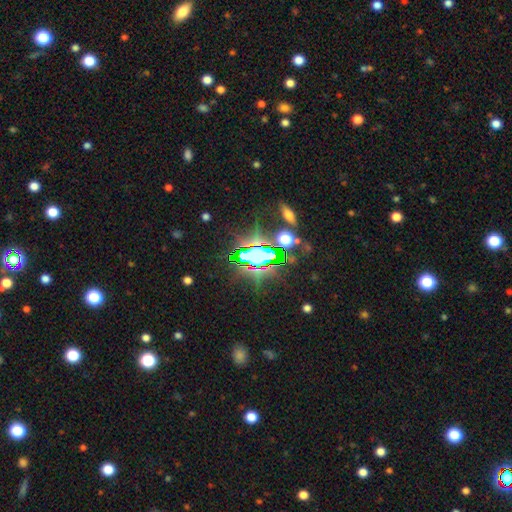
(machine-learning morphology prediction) smooth_or_featured: star or artifact (p=0.72) [alt: smooth p=0.16]